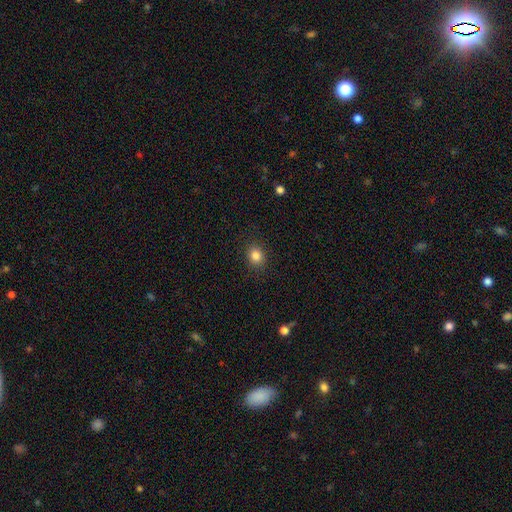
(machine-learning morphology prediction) Smooth or featured?
  - smooth: 84% *
  - star or artifact: 11%
  - featured or disk: 5%
How rounded?
  - round: 70% *
  - in between: 29%
  - cigar-shaped: 1%
Merging?
  - none: 89% *
  - minor disturbance: 8%
  - major disturbance: 2%
  - merger: 1%